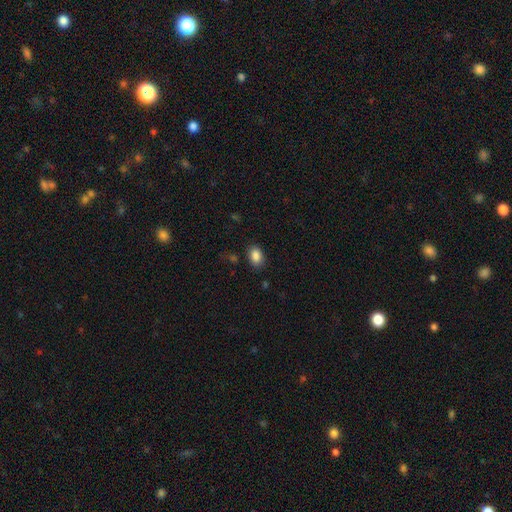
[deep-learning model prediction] Smooth or featured? Predicted: smooth (p=0.87). How rounded? Predicted: in between (p=0.80). Merging? Predicted: none (p=0.83).